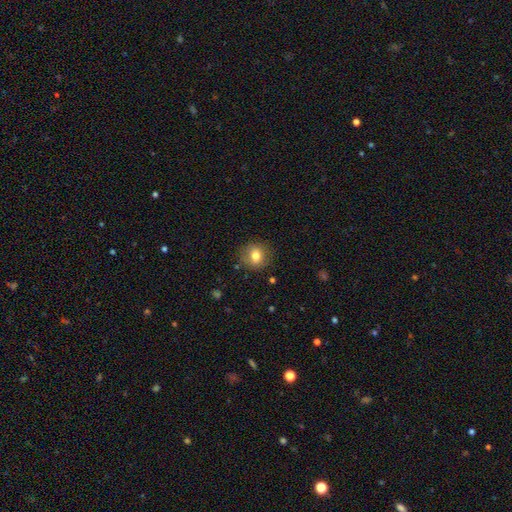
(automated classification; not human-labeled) The model was most divided on "smooth or featured": smooth: 77%, featured or disk: 13%, star or artifact: 10%. More confident: merging — none (85%); how rounded — round (83%).